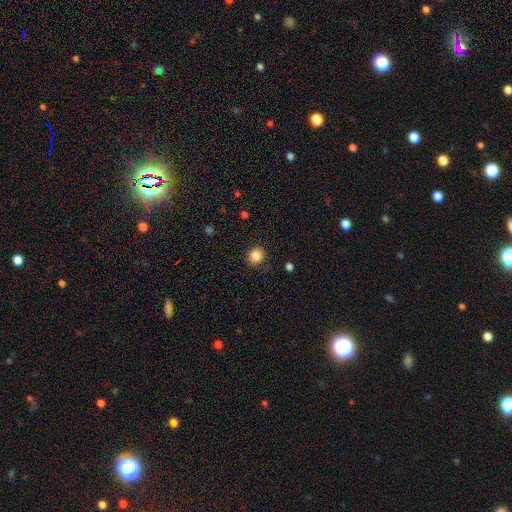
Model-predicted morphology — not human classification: Overall: smooth (85%). How rounded: round (85%). Merging: none (86%).